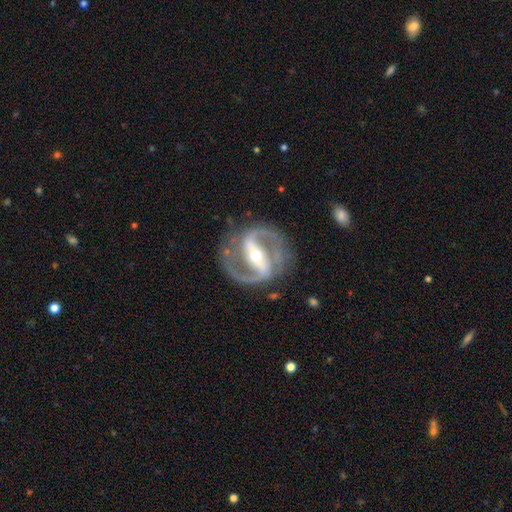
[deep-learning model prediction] This appears to be a featured or disk galaxy (93%) with a strong bar (72%), 2 (94%) medium (61%) spiral arms (98%) and a moderate central bulge (50%). Merging: none (82%).